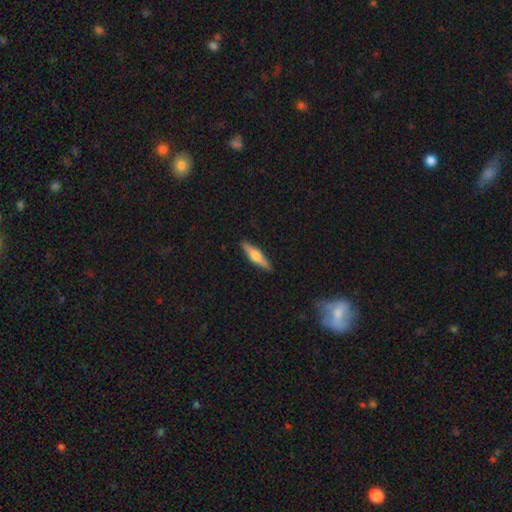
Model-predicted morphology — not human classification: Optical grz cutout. It shows a featured or disk galaxy (50%) viewed edge-on (95%). Merging: none (90%).